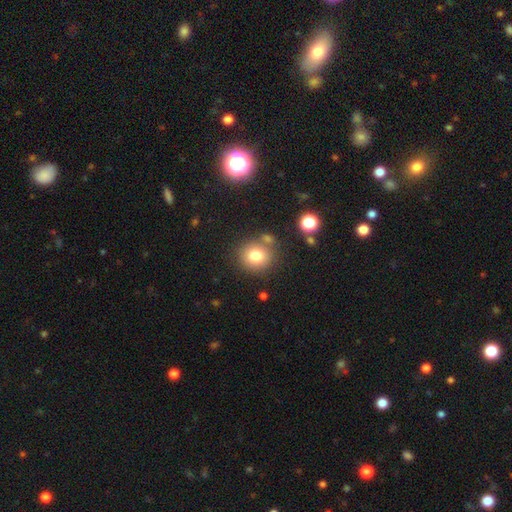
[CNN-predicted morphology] Smooth or featured: smooth — 78% (star or artifact — 12%)
How rounded: round — 86% (in between — 13%)
Merging: none — 73% (merger — 12%)